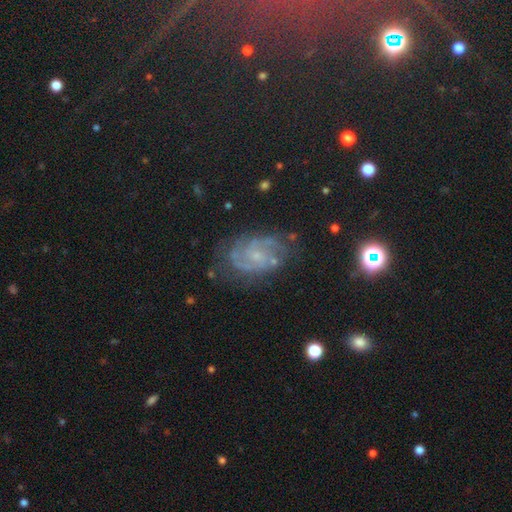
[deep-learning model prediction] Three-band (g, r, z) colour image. It shows a featured or disk galaxy (74%) with no bar (59%), 2 (43%) tight (44%, tied with medium) spiral arms (95%) and a small central bulge (74%). Merging: none (70%).